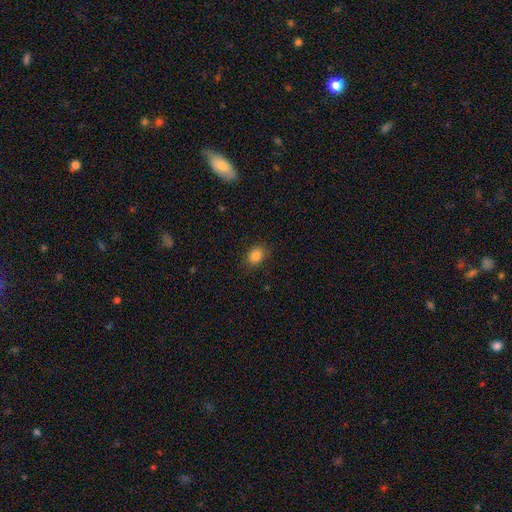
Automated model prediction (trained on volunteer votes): Smooth or featured? smooth (85%)
How rounded? in between (59%)
Merging? none (85%)